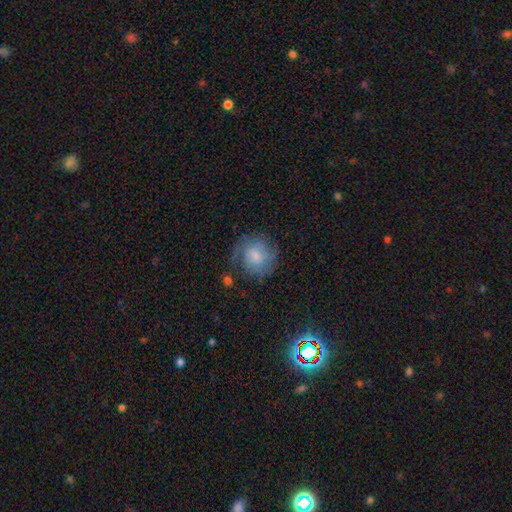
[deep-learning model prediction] The model was most divided on "smooth or featured": smooth: 59%, featured or disk: 33%, star or artifact: 8%. More confident: how rounded — round (86%); merging — none (62%).